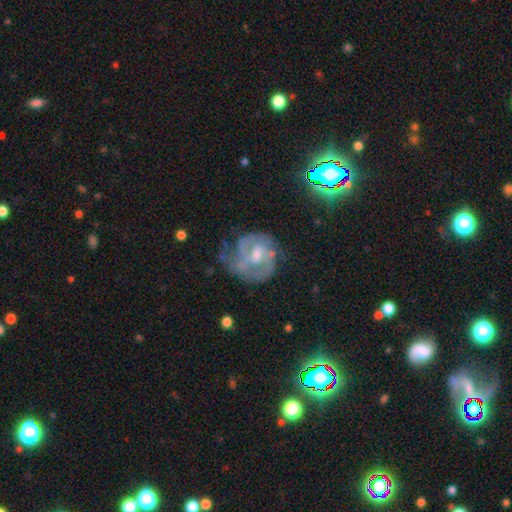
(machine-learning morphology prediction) This appears to be a featured or disk galaxy (77%) with a weak bar (52%), 2 (35%) tight (49%) spiral arms (89%) and a moderate central bulge (50%). Merging: none (57%).